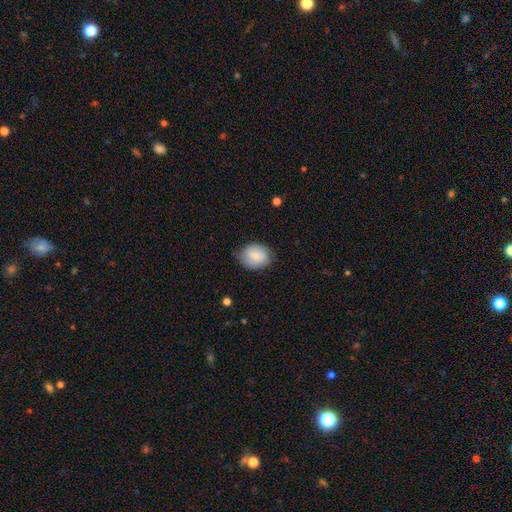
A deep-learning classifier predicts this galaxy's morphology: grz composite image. It shows a smooth galaxy with no disk features (77%) that is in between round and cigar-shaped (51%). Merging: none (74%).